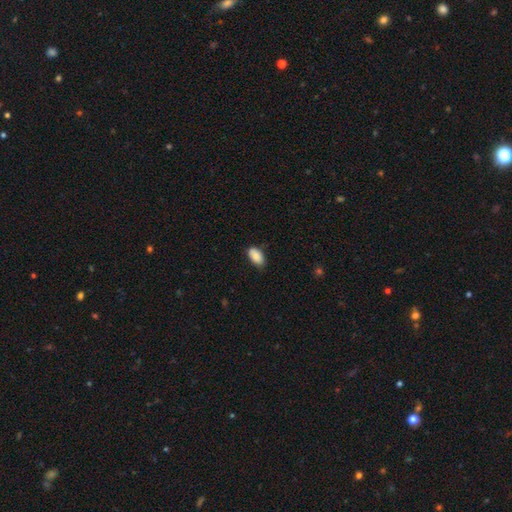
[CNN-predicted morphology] type=smooth (88%); roundness=in between (94%); merging=none (74%).